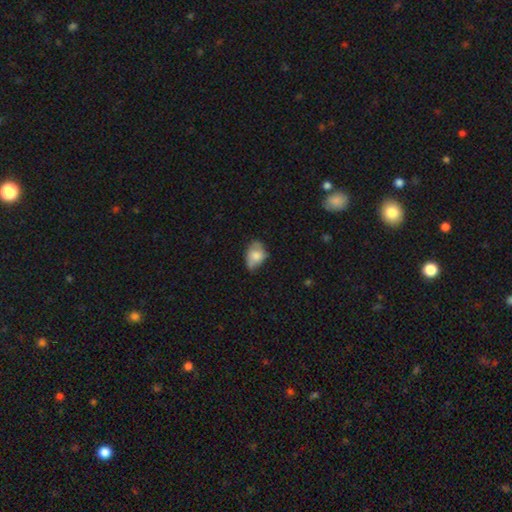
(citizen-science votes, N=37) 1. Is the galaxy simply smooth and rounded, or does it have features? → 78% smooth, 16% featured or disk, 5% star or artifact.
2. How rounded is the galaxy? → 83% in between, 17% round, 0% cigar-shaped.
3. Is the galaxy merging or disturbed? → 51% minor disturbance, 29% none, 11% major disturbance, 9% merger.